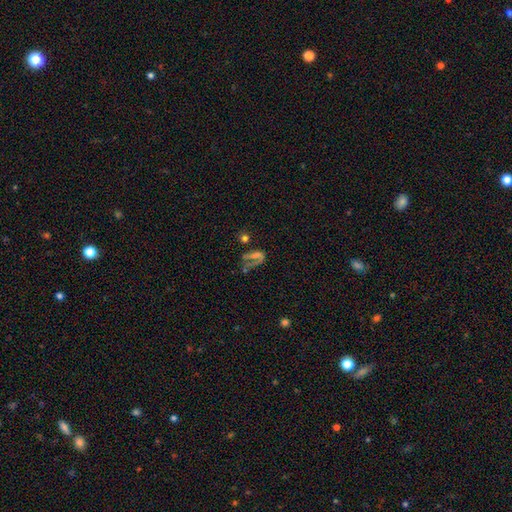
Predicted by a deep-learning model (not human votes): Smooth or featured?
  - star or artifact: 35% *
  - featured or disk: 33%
  - smooth: 32%